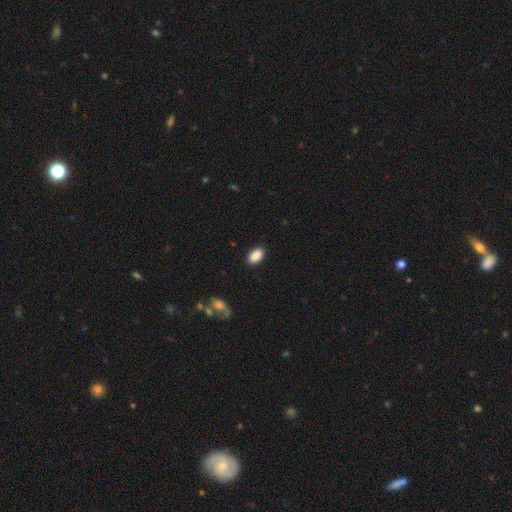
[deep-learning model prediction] A smooth galaxy with no disk features (89%) that is in between round and cigar-shaped (92%).

Vote fractions:
- Smooth or featured? smooth: 89% / star or artifact: 7% / featured or disk: 3%
- How rounded? in between: 92% / round: 7% / cigar-shaped: 2%
- Merging? none: 89% / minor disturbance: 8% / major disturbance: 2% / merger: 1%